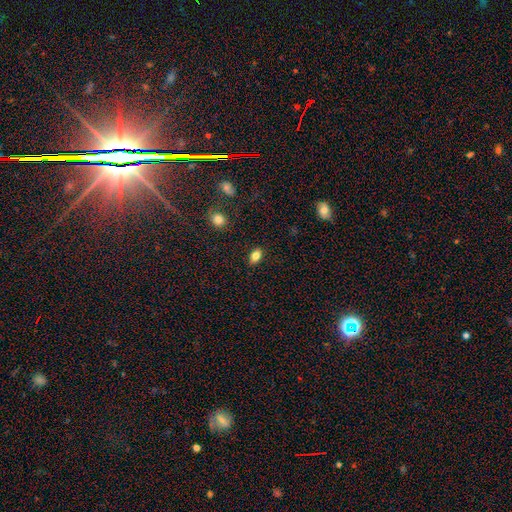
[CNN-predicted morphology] Smooth or featured?
  - smooth: 82% *
  - star or artifact: 9%
  - featured or disk: 9%
How rounded?
  - in between: 87% *
  - round: 10%
  - cigar-shaped: 3%
Merging?
  - none: 87% *
  - minor disturbance: 9%
  - major disturbance: 2%
  - merger: 1%